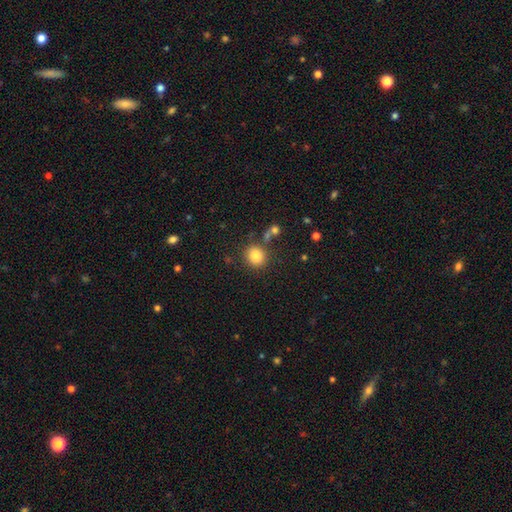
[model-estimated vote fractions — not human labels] smooth 83%, star or artifact 11%, featured or disk 6%. Down the decision tree: how rounded — round (82%); merging — none (78%).